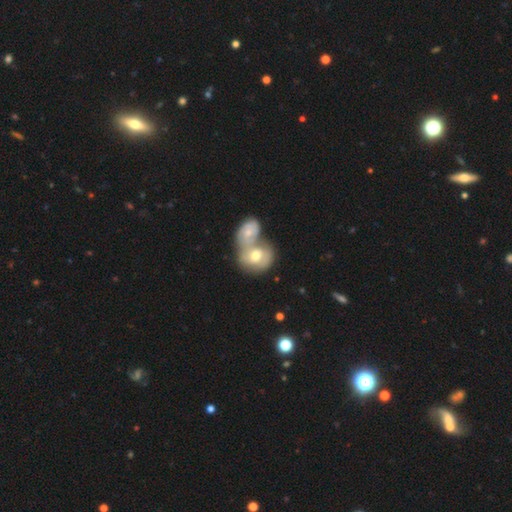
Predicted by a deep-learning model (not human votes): The model was most divided on "smooth or featured": featured or disk: 48%, smooth: 36%, star or artifact: 16%. More confident: merging — merger (62%).